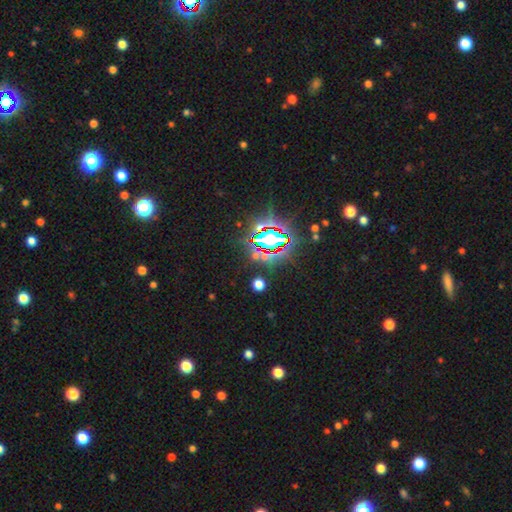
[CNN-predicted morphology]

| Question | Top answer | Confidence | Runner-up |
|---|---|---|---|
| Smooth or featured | star or artifact | 79% | smooth (12%) |